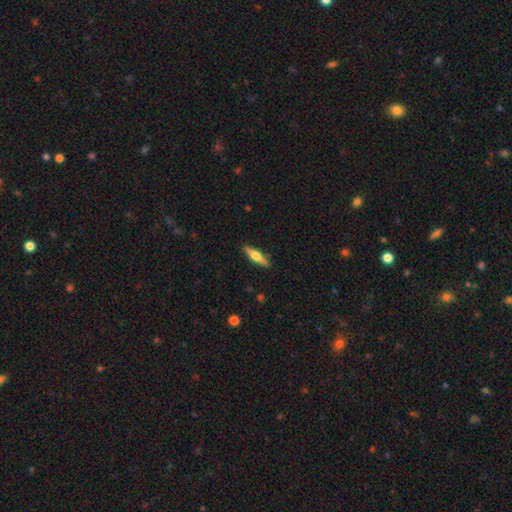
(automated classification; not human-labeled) A featured or disk galaxy (50%) viewed edge-on (94%).

Vote fractions:
- Smooth or featured? featured or disk: 50% / smooth: 44% / star or artifact: 6%
- Edge-on disk? yes: 94% / no: 6%
- Merging? none: 90% / minor disturbance: 7% / major disturbance: 2% / merger: 1%